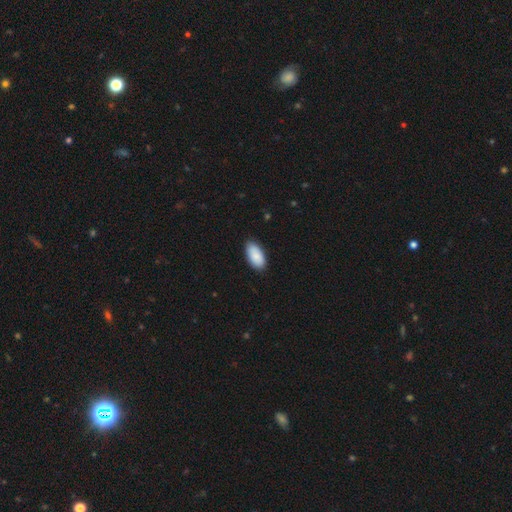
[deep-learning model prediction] smooth-or-featured: smooth: 89% | star or artifact: 6% | featured or disk: 5%
  how-rounded: in between: 95% | cigar-shaped: 3% | round: 2%
  merging: none: 86% | minor disturbance: 11% | major disturbance: 2% | merger: 1%